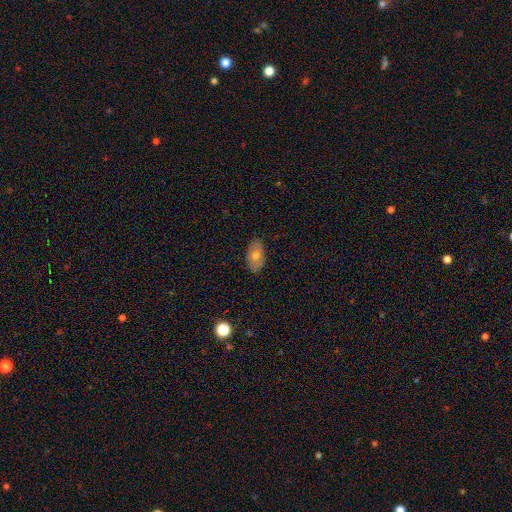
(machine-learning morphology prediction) This appears to be a smooth galaxy with no disk features (63%) that is in between round and cigar-shaped (91%). Merging: none (85%).